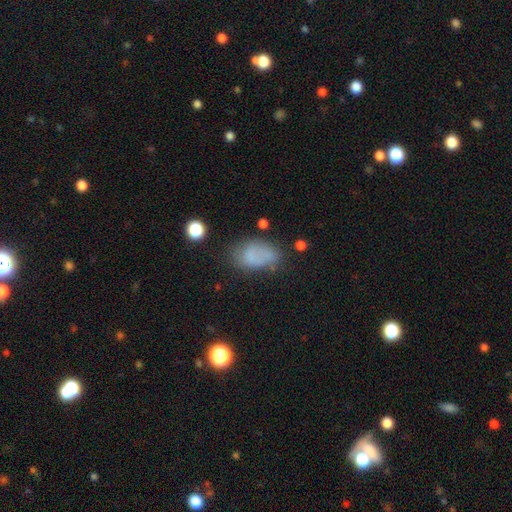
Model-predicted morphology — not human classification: smooth 71%, featured or disk 16%, star or artifact 13%. Down the decision tree: how rounded — in between (89%); merging — none (52%).